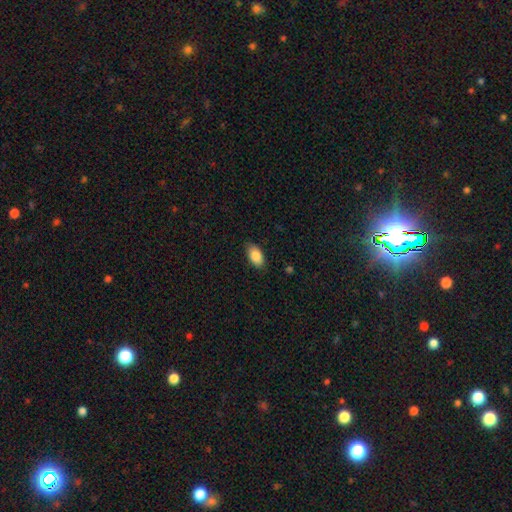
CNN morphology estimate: The model was most divided on "merging": none: 85%, minor disturbance: 12%, major disturbance: 2%, merger: 1%. More confident: how rounded — in between (93%); smooth or featured — smooth (87%).